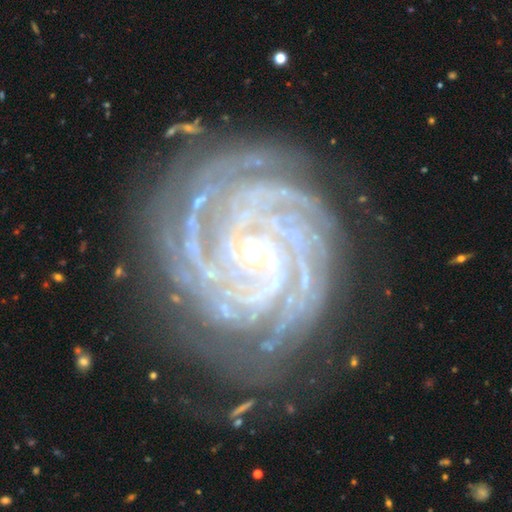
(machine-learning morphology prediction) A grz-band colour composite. It shows a featured or disk galaxy (92%) with no bar (65%), 4 (30%) tight (83%) spiral arms (99%) and a small central bulge (81%). Merging: none (78%).